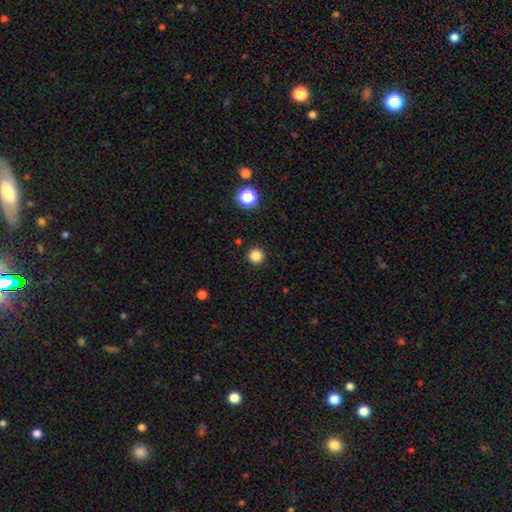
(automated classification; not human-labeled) Q: Smooth or featured?
A: smooth (84%); runner-up: star or artifact (13%)
Q: How rounded?
A: round (96%); runner-up: in between (3%)
Q: Merging?
A: none (92%); runner-up: minor disturbance (5%)